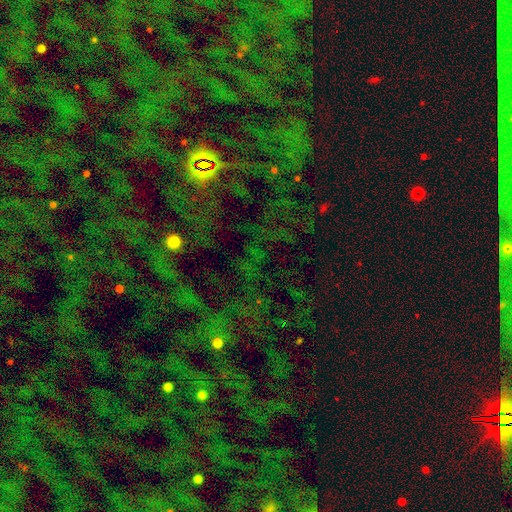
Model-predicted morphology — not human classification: Smooth or featured? star or artifact (79%)